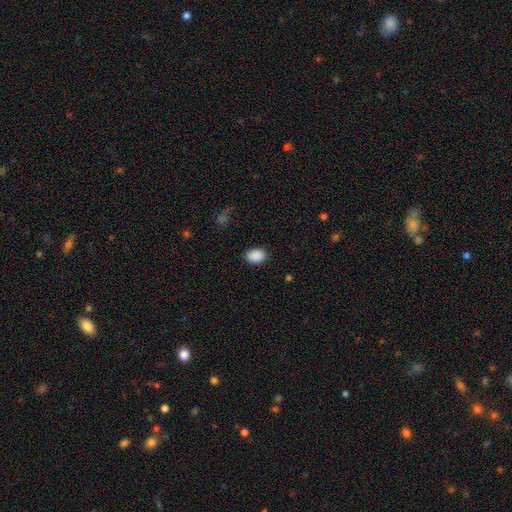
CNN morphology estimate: Smooth or featured? Predicted: smooth (p=0.90). How rounded? Predicted: in between (p=0.80). Merging? Predicted: none (p=0.87).